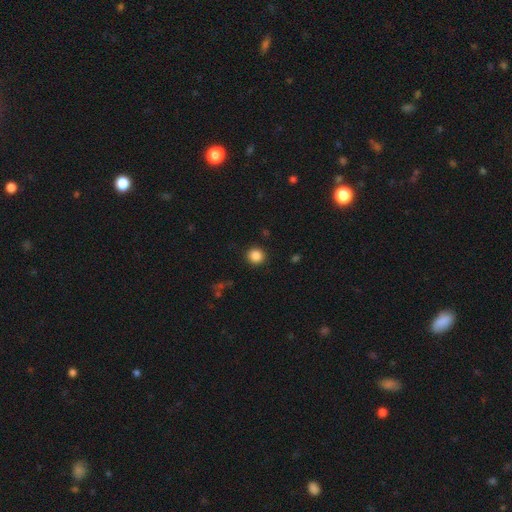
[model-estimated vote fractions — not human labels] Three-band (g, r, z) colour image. It shows a smooth galaxy with no disk features (86%) that is round (93%). Merging: none (91%).